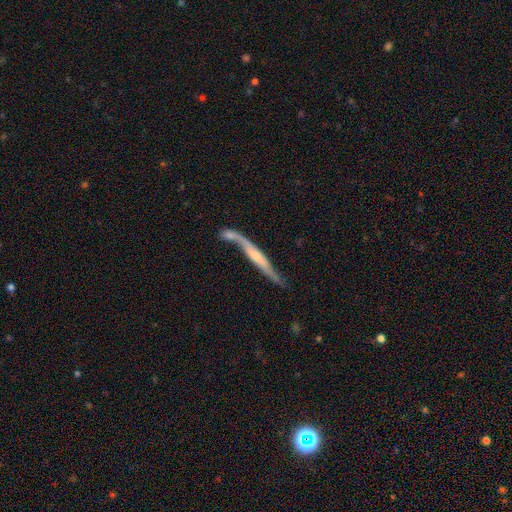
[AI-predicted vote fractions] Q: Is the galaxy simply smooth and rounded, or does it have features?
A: featured or disk — 68%.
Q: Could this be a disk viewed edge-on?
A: yes — 74%.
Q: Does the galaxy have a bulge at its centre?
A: rounded — 51%.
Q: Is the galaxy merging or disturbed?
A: none — 39%.